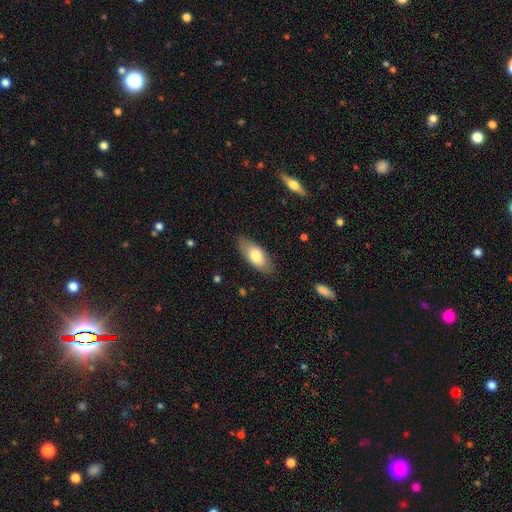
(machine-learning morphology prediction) The model was most divided on "smooth or featured": smooth: 77%, featured or disk: 17%, star or artifact: 6%. More confident: how rounded — in between (87%); merging — none (83%).